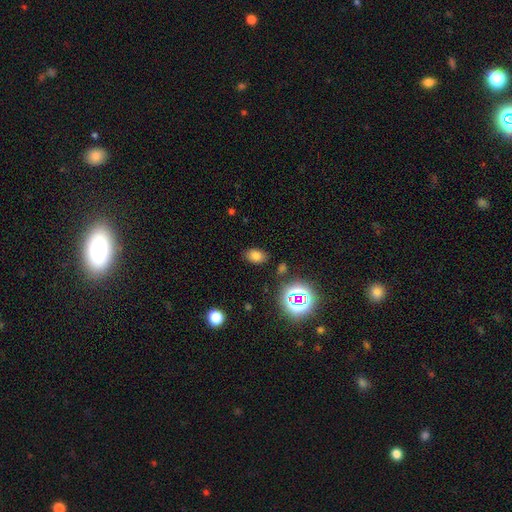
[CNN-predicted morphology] A smooth galaxy with no disk features (74%) that is in between round and cigar-shaped (81%). Merging: none (83%).